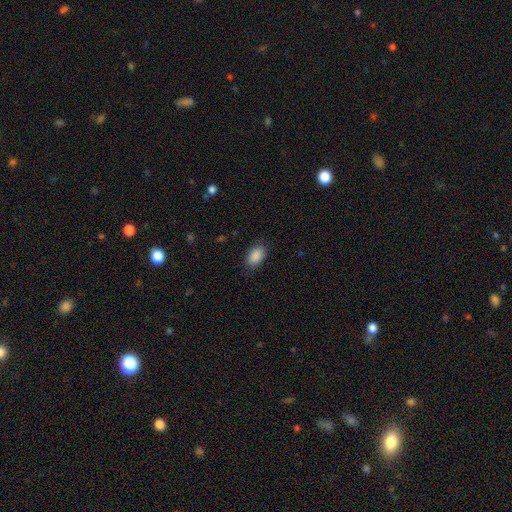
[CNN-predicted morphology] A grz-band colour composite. It shows a smooth galaxy with no disk features (90%) that is in between round and cigar-shaped (90%). Merging: none (85%).